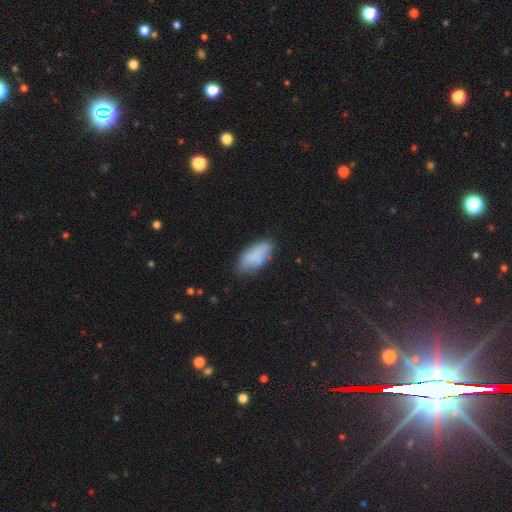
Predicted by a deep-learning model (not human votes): Overall: smooth (79%). How rounded: in between (90%). Merging: none (65%).